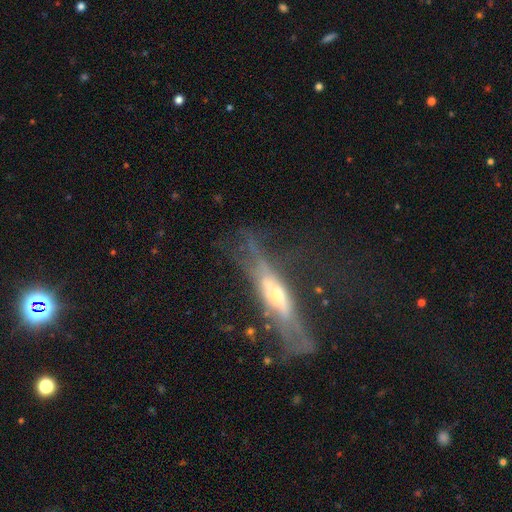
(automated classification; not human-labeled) featured or disk 70%, smooth 20%, star or artifact 10%. Down the decision tree: edge-on disk — yes (73%); edge-on bulge — rounded (68%); merging — none (51%).